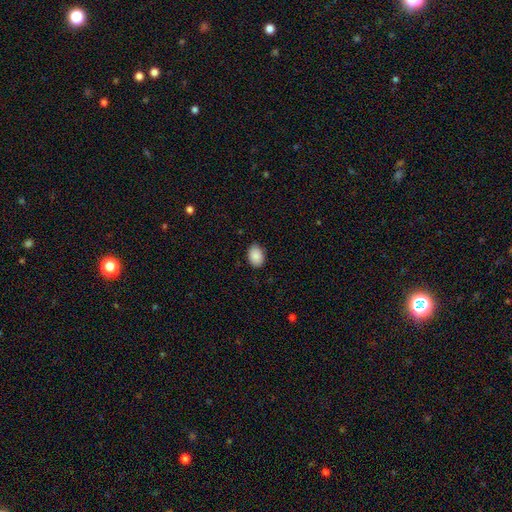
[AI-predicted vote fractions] Smooth or featured? smooth (90%)
How rounded? in between (80%)
Merging? none (86%)